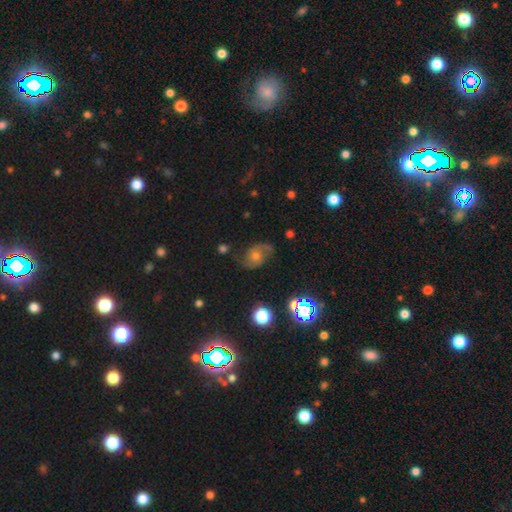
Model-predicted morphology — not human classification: Smooth or featured? featured or disk (72%)
Edge-on disk? no (97%)
Bar? no (71%)
Spiral arms? yes (95%)
Spiral winding? medium (49%)
Spiral arm count? 2 (90%)
Bulge size? moderate (56%)
Merging? none (73%)